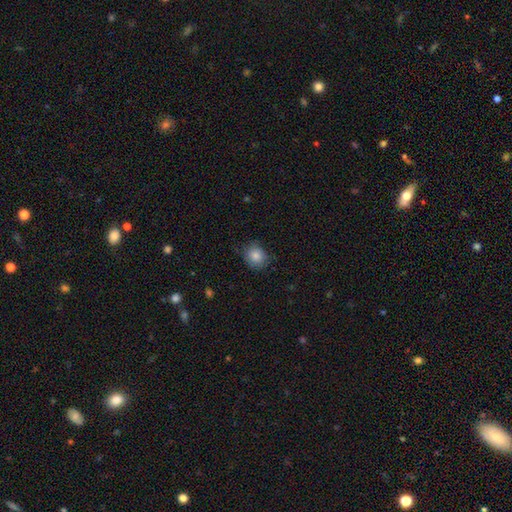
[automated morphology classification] smooth 85%, star or artifact 9%, featured or disk 6%. Down the decision tree: how rounded — round (79%); merging — none (79%).